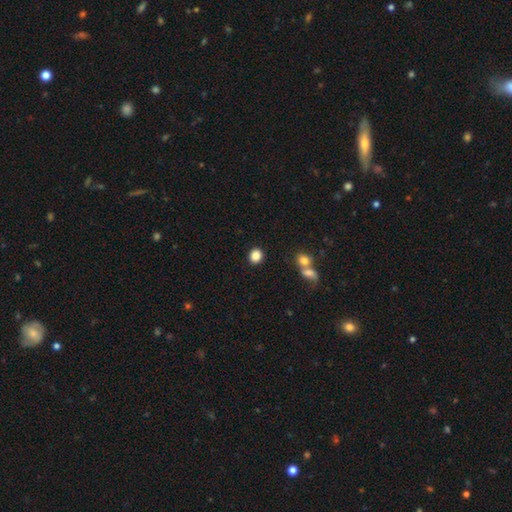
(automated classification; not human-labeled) Smooth or featured?
  - smooth: 85% *
  - star or artifact: 10%
  - featured or disk: 5%
How rounded?
  - round: 72% *
  - in between: 27%
  - cigar-shaped: 1%
Merging?
  - none: 88% *
  - minor disturbance: 6%
  - merger: 4%
  - major disturbance: 2%